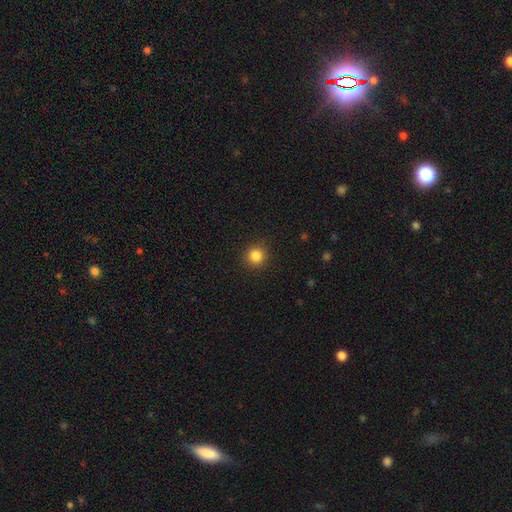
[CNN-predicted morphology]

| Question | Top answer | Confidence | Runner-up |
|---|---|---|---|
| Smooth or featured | smooth | 84% | star or artifact (12%) |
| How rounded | round | 94% | in between (5%) |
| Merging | none | 91% | minor disturbance (6%) |